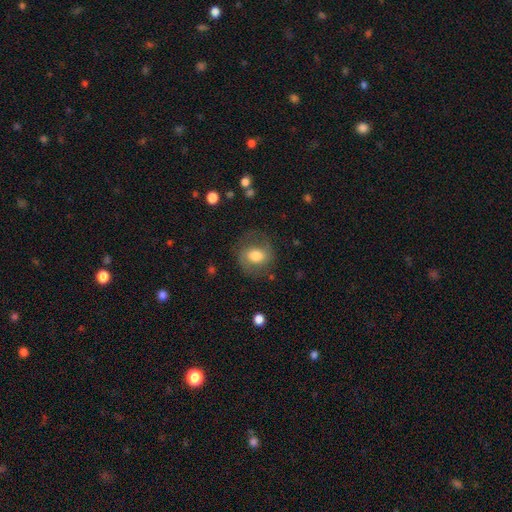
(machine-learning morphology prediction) This appears to be a smooth galaxy with no disk features (56%) that is round (63%). Merging: none (70%).